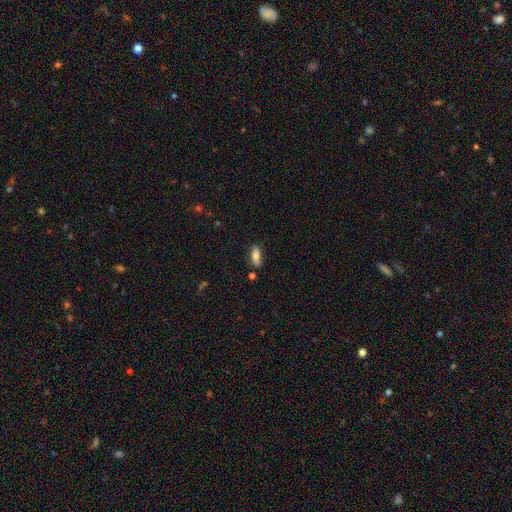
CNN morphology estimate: A smooth galaxy with no disk features (75%) that is in between round and cigar-shaped (77%).

Vote fractions:
- Smooth or featured? smooth: 75% / featured or disk: 17% / star or artifact: 8%
- How rounded? in between: 77% / cigar-shaped: 20% / round: 3%
- Merging? none: 75% / minor disturbance: 18% / merger: 4% / major disturbance: 4%